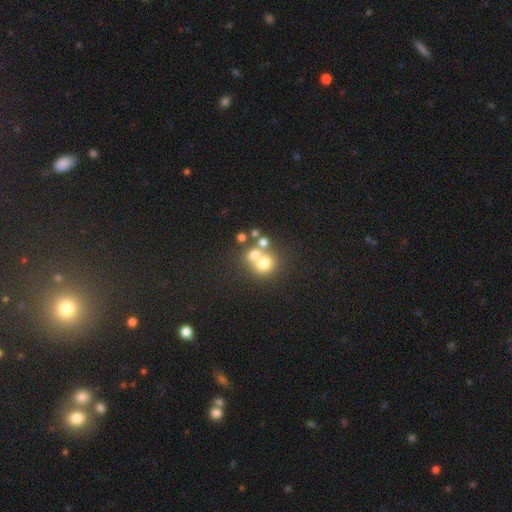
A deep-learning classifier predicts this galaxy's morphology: Smooth or featured?
  - smooth: 64% *
  - featured or disk: 20%
  - star or artifact: 17%
How rounded?
  - round: 81% *
  - in between: 18%
  - cigar-shaped: 1%
Merging?
  - merger: 49% *
  - none: 39%
  - minor disturbance: 7%
  - major disturbance: 5%